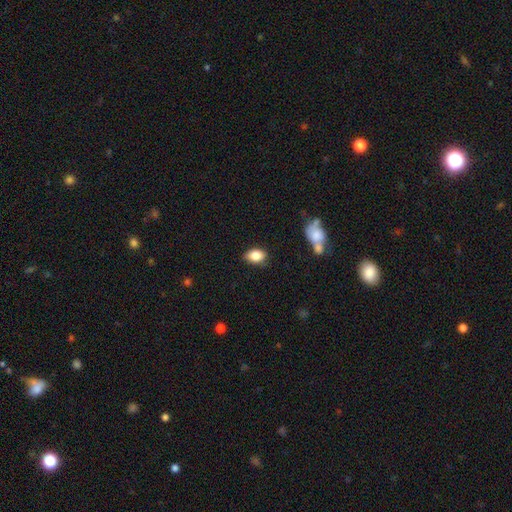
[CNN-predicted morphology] A smooth galaxy with no disk features (84%) that is in between round and cigar-shaped (86%).

Vote fractions:
- Smooth or featured? smooth: 84% / featured or disk: 8% / star or artifact: 8%
- How rounded? in between: 86% / round: 12% / cigar-shaped: 2%
- Merging? none: 77% / minor disturbance: 17% / major disturbance: 3% / merger: 3%